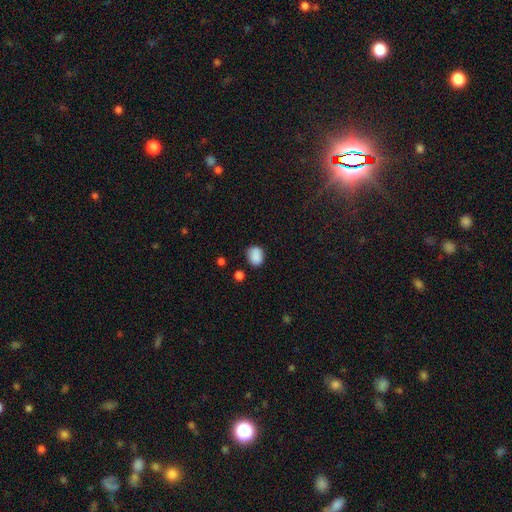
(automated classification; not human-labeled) smooth_or_featured: smooth (p=0.87) [alt: star or artifact p=0.09]
how_rounded: in between (p=0.51) [alt: round p=0.48]
merging: none (p=0.73) [alt: minor disturbance p=0.18]